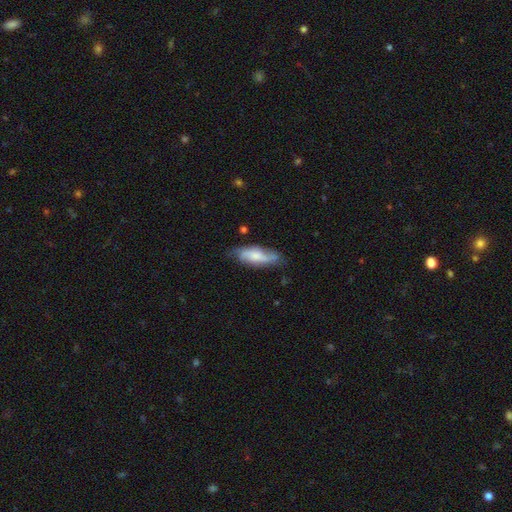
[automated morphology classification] type=featured or disk (58%); edge-on=no (81%); merging=none (63%).